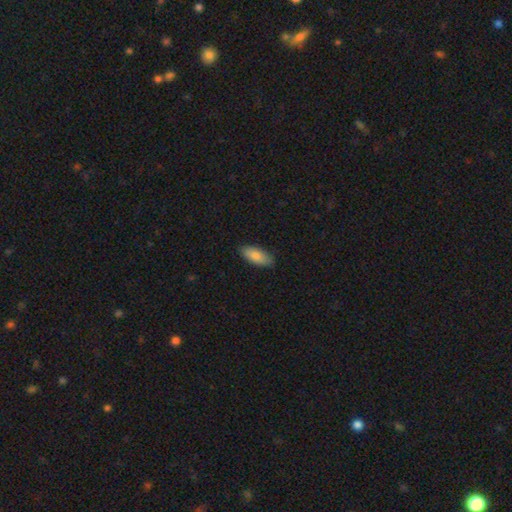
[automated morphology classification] A smooth galaxy with no disk features (86%) that is in between round and cigar-shaped (86%). Merging: none (87%).